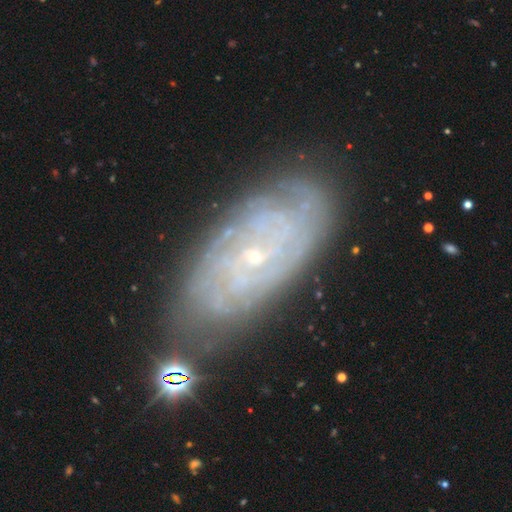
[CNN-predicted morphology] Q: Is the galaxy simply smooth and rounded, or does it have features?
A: featured or disk — 82%.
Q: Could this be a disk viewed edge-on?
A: no — 93%.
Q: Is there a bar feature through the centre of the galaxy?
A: no — 69%.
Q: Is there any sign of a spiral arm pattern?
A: yes — 94%.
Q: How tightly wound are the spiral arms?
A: tight — 79%.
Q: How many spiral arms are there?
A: can't tell — 44%.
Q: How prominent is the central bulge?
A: small — 84%.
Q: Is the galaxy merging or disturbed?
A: none — 73%.